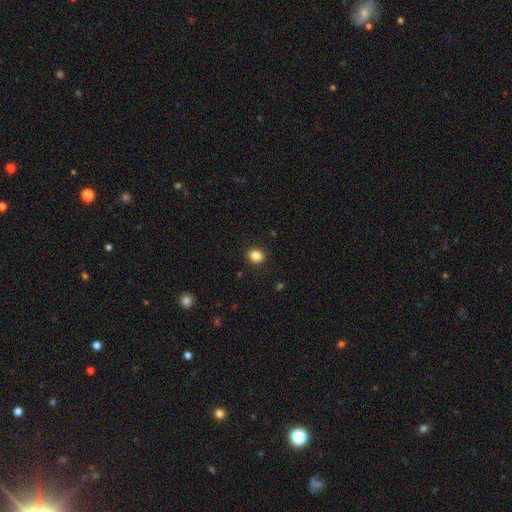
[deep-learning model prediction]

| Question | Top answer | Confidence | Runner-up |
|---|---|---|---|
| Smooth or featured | smooth | 85% | star or artifact (10%) |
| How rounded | round | 58% | in between (41%) |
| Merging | none | 90% | minor disturbance (7%) |